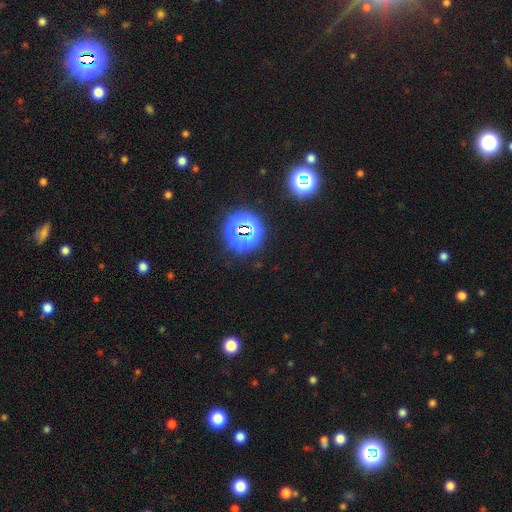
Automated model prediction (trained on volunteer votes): star or artifact 81%, smooth 13%, featured or disk 7%.